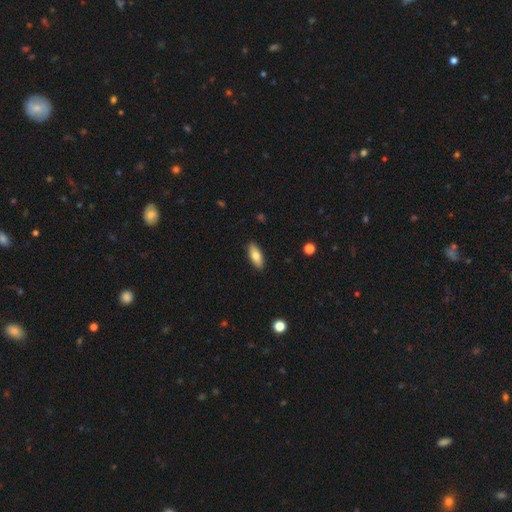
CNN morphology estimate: smooth_or_featured: smooth (p=0.78) [alt: featured or disk p=0.15]
how_rounded: in between (p=0.80) [alt: cigar-shaped p=0.18]
merging: none (p=0.89) [alt: minor disturbance p=0.08]